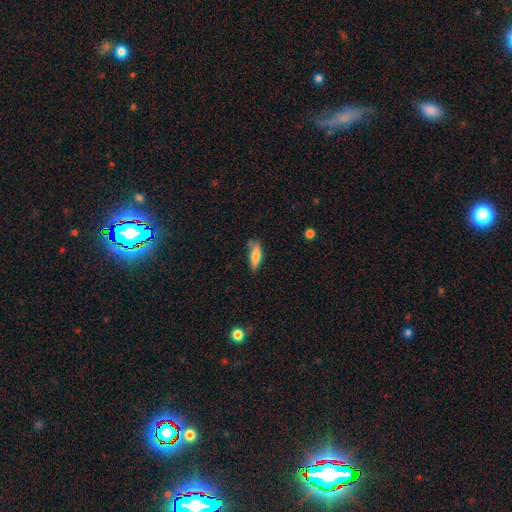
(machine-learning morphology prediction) The model was most divided on "how rounded": cigar-shaped: 50%, in between: 48%, round: 2%. More confident: smooth or featured — smooth (76%); merging — none (59%).